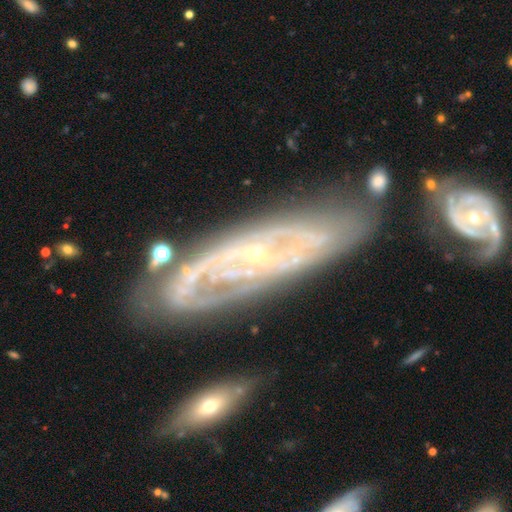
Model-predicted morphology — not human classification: smooth-or-featured: featured or disk: 86% | smooth: 8% | star or artifact: 6%
  disk-edge-on: no: 85% | yes: 15%
    bar: no: 49% | weak: 36% | strong: 16%
    has-spiral-arms: yes: 93% | no: 7%
      spiral-winding: tight: 55% | medium: 34% | loose: 11%
      spiral-arm-count: 2: 38% | can't tell: 35% | 3: 12% | 4: 6% | more than 4: 5% | 1: 5%
    bulge-size: small: 82% | moderate: 13% | none: 3% | large: 1% | dominant: 1%
  merging: none: 65% | minor disturbance: 19% | merger: 9% | major disturbance: 7%